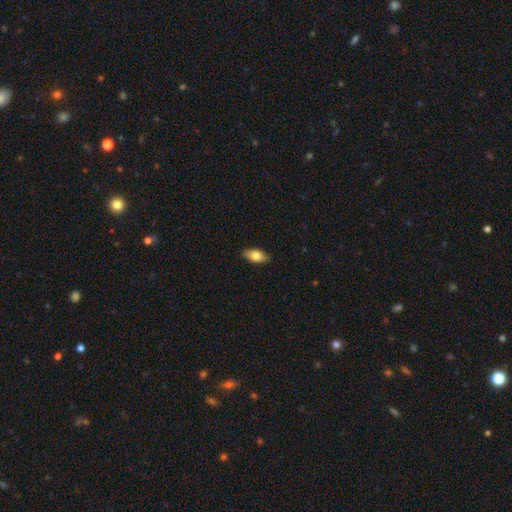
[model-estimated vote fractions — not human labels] smooth-or-featured: smooth: 77% | featured or disk: 16% | star or artifact: 7%
  how-rounded: in between: 87% | cigar-shaped: 9% | round: 3%
  merging: none: 88% | minor disturbance: 9% | major disturbance: 2% | merger: 1%